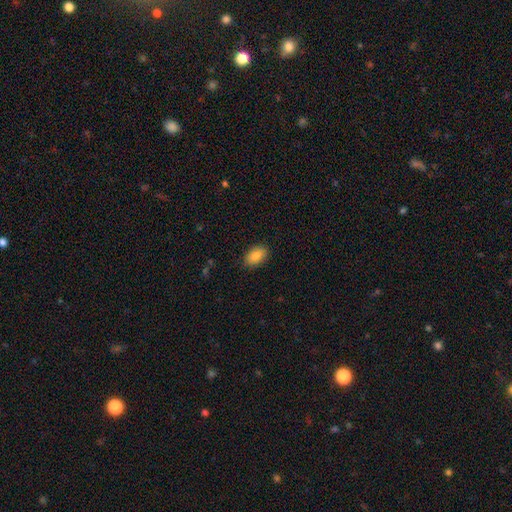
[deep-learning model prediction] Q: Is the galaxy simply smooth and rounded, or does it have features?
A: smooth — 84%.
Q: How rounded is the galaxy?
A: in between — 91%.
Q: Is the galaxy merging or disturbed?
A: none — 86%.